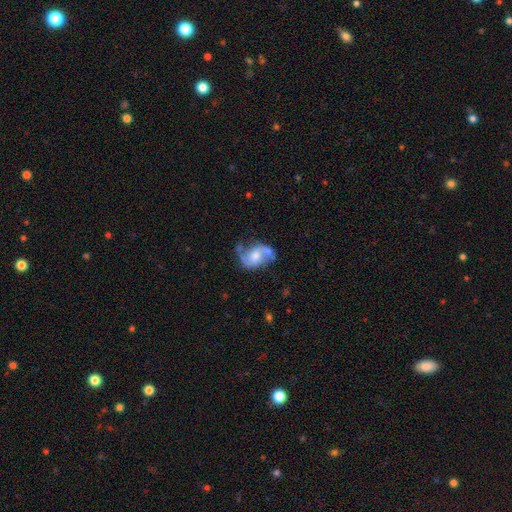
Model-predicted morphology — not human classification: Q: Smooth or featured?
A: featured or disk (77%); runner-up: smooth (17%)
Q: Edge-on disk?
A: no (97%); runner-up: yes (3%)
Q: Bar?
A: no (61%); runner-up: weak (32%)
Q: Spiral arms?
A: yes (91%); runner-up: no (9%)
Q: Spiral winding?
A: medium (44%); runner-up: loose (42%)
Q: Spiral arm count?
A: 2 (87%); runner-up: can't tell (5%)
Q: Bulge size?
A: moderate (54%); runner-up: small (29%)
Q: Merging?
A: none (49%); runner-up: minor disturbance (24%)